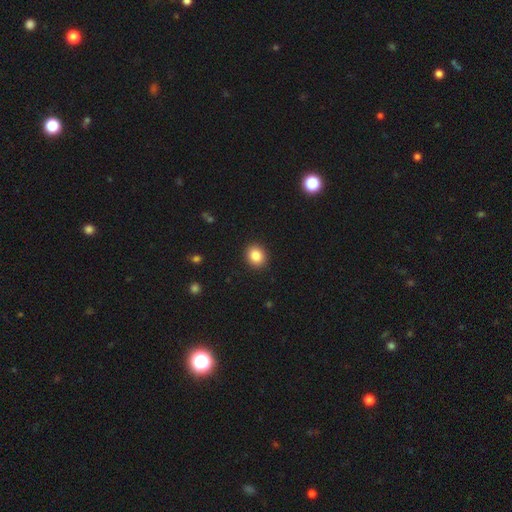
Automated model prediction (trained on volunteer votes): The model was most divided on "how rounded": round: 70%, in between: 29%, cigar-shaped: 1%. More confident: merging — none (92%); smooth or featured — smooth (86%).